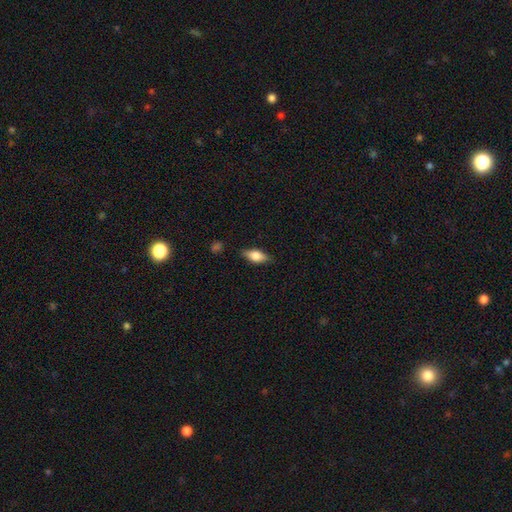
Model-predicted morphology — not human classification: The model was most divided on "smooth or featured": smooth: 66%, featured or disk: 26%, star or artifact: 7%. More confident: merging — none (81%); how rounded — in between (79%).